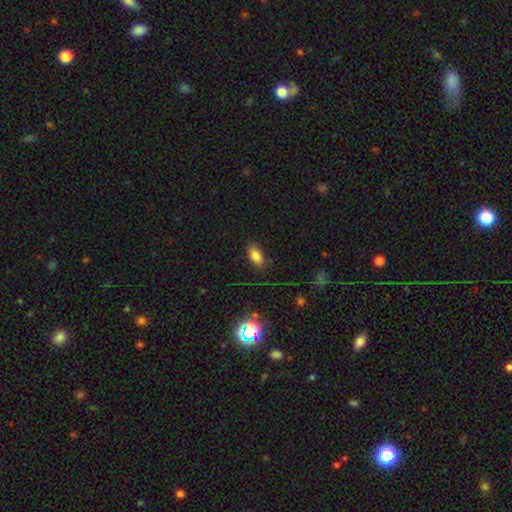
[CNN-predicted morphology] Smooth or featured? smooth (79%)
How rounded? in between (89%)
Merging? none (80%)